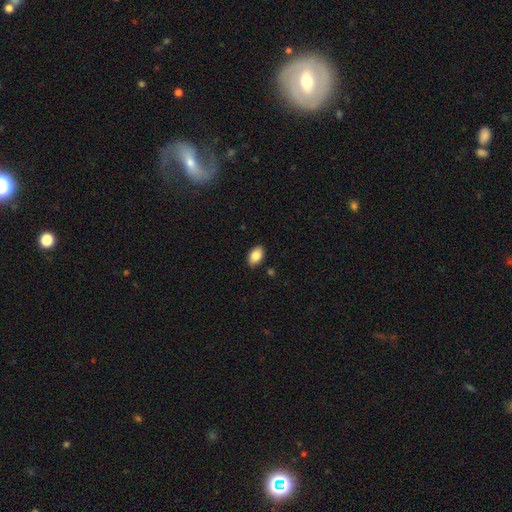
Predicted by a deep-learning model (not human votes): Smooth or featured? smooth (85%)
How rounded? in between (90%)
Merging? none (89%)